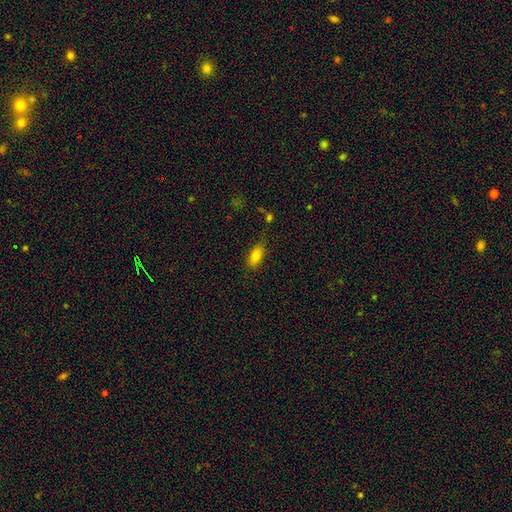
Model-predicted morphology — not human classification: A smooth galaxy with no disk features (80%) that is in between round and cigar-shaped (86%).

Vote fractions:
- Smooth or featured? smooth: 80% / featured or disk: 10% / star or artifact: 10%
- How rounded? in between: 86% / cigar-shaped: 9% / round: 5%
- Merging? none: 74% / minor disturbance: 18% / major disturbance: 5% / merger: 3%